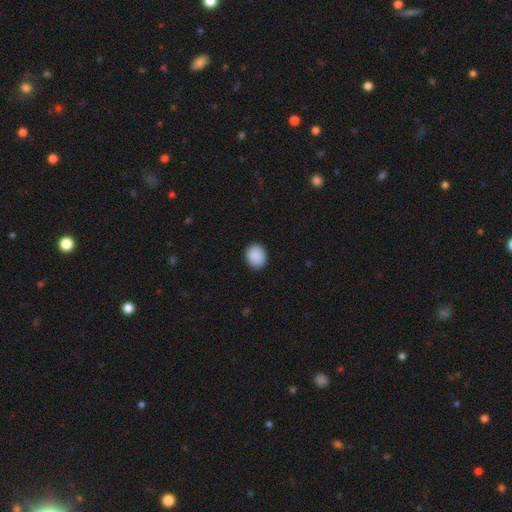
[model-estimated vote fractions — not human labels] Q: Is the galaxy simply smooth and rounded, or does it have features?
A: smooth — 91%.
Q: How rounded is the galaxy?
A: round — 60%.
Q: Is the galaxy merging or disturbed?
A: none — 90%.